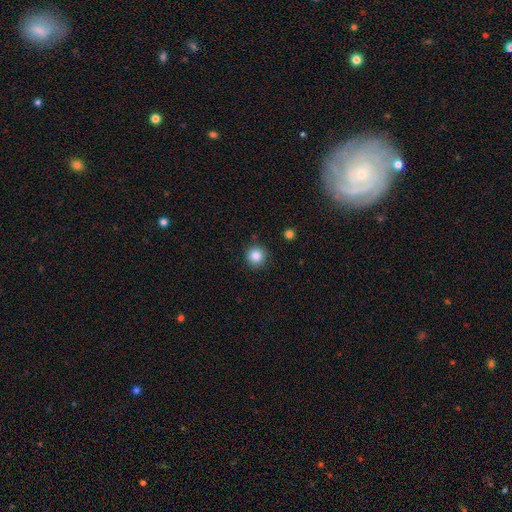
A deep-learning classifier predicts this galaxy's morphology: smooth_or_featured: smooth (p=0.85) [alt: star or artifact p=0.10]
how_rounded: round (p=0.94) [alt: in between p=0.05]
merging: none (p=0.89) [alt: minor disturbance p=0.07]